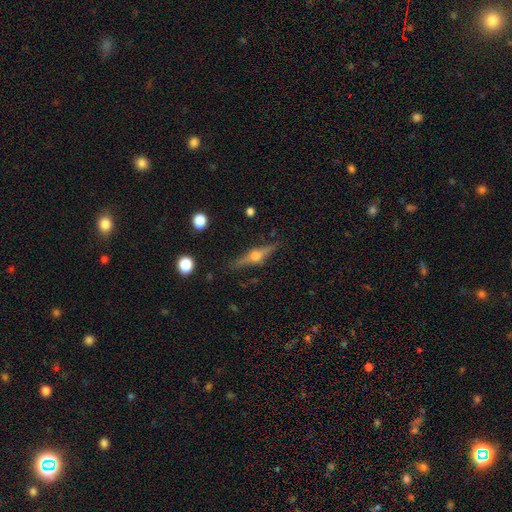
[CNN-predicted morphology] Overall: featured or disk (76%). Edge-on disk: yes (97%). Edge-on bulge: rounded (96%). Merging: none (87%).